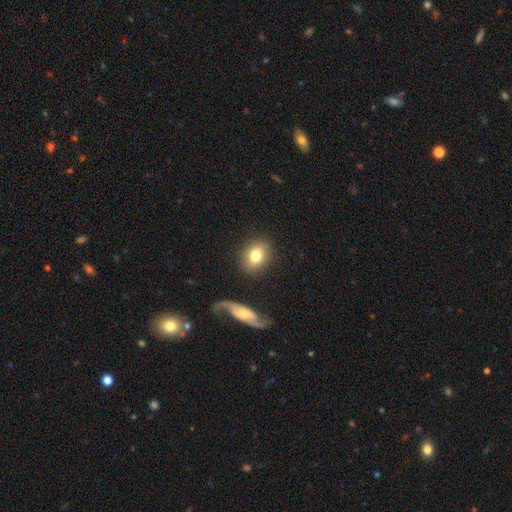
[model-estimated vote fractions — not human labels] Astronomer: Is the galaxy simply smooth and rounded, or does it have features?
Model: smooth — 78%.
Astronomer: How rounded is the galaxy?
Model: in between — 53% (runner-up: round, 45%).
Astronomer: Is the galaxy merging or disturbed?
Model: none — 81%.